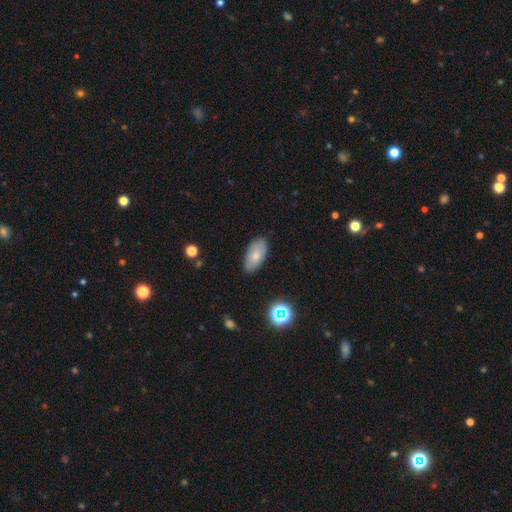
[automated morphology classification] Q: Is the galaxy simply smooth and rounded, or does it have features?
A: smooth — 75%.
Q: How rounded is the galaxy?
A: in between — 93%.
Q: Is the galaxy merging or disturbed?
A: none — 85%.